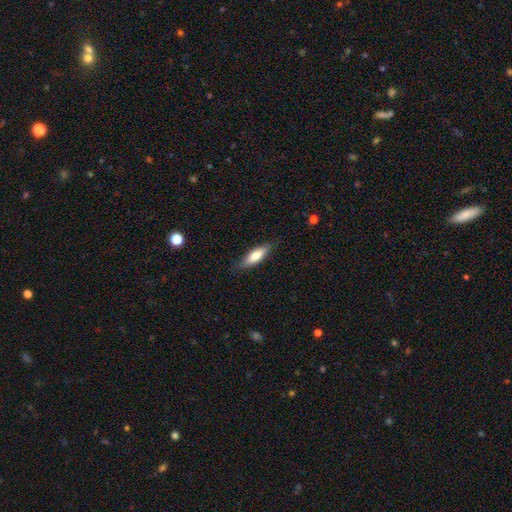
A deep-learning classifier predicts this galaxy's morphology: A smooth galaxy with no disk features (72%) that is cigar-shaped (51%). Merging: none (83%).